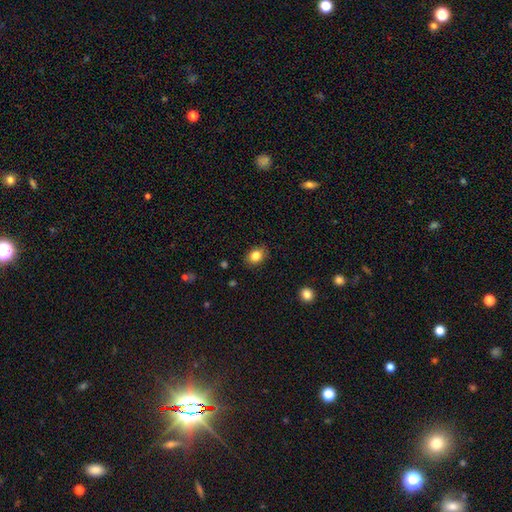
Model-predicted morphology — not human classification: type=smooth (83%); roundness=in between (66%); merging=none (85%).